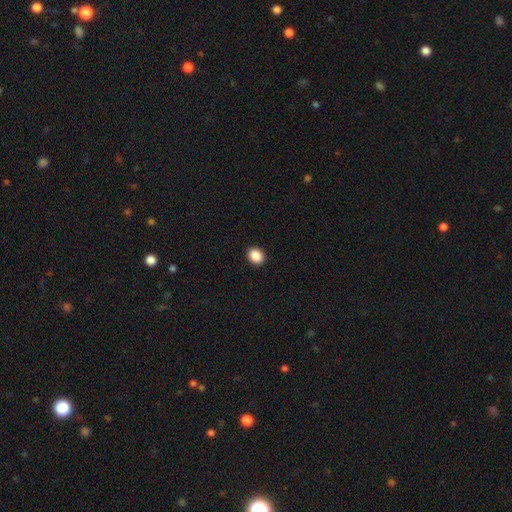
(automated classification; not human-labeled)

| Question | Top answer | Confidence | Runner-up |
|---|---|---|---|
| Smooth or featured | smooth | 89% | star or artifact (9%) |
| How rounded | round | 58% | in between (41%) |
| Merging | none | 92% | minor disturbance (5%) |